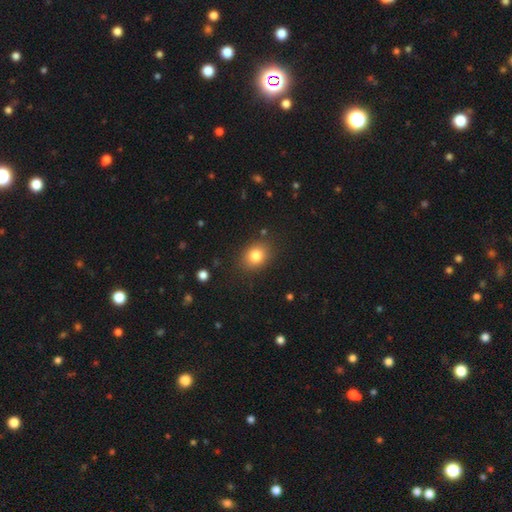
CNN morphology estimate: Overall: smooth (81%). How rounded: round (54%; in between 45%). Merging: none (85%).